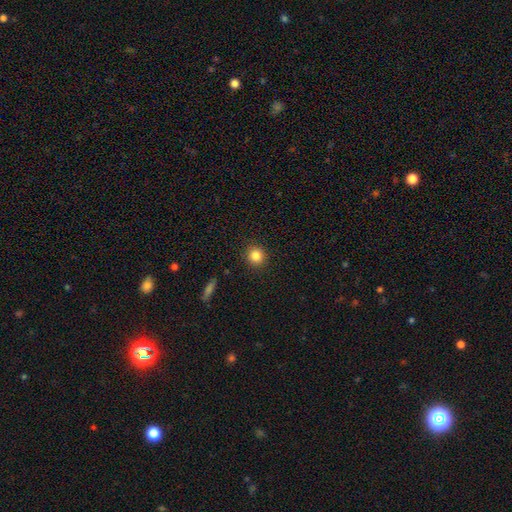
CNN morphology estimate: Overall: smooth (84%). How rounded: round (92%). Merging: none (91%).